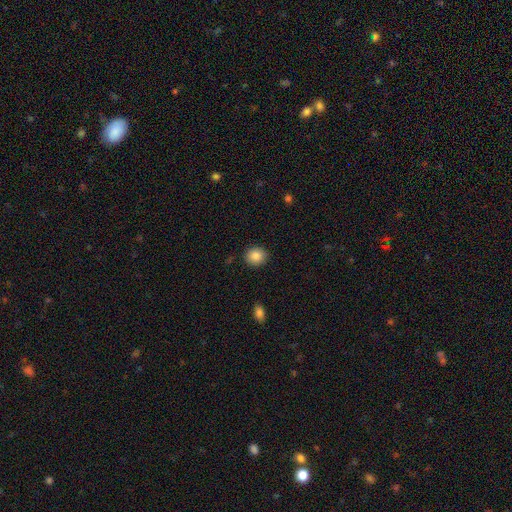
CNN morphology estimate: smooth-or-featured: smooth: 86% | star or artifact: 9% | featured or disk: 5%
  how-rounded: round: 77% | in between: 22% | cigar-shaped: 1%
  merging: none: 90% | minor disturbance: 7% | major disturbance: 2% | merger: 1%